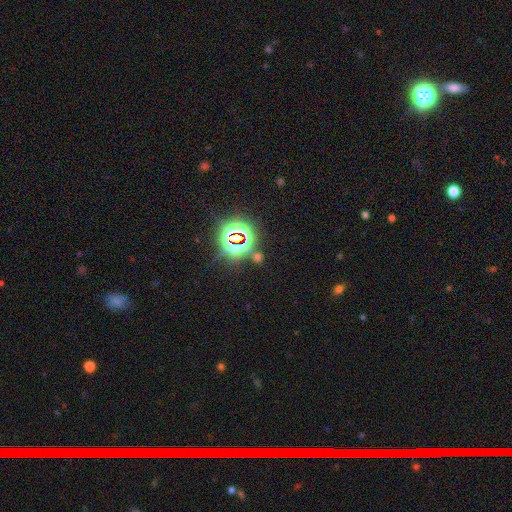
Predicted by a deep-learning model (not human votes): Q: Smooth or featured?
A: star or artifact (78%); runner-up: smooth (14%)